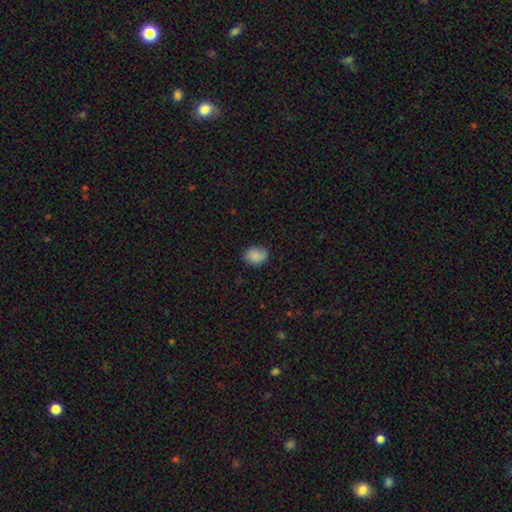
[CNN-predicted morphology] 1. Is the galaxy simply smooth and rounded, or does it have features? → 83% smooth, 9% featured or disk, 8% star or artifact.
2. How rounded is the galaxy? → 58% in between, 41% round, 1% cigar-shaped.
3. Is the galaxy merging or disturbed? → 78% none, 17% minor disturbance, 4% major disturbance, 1% merger.